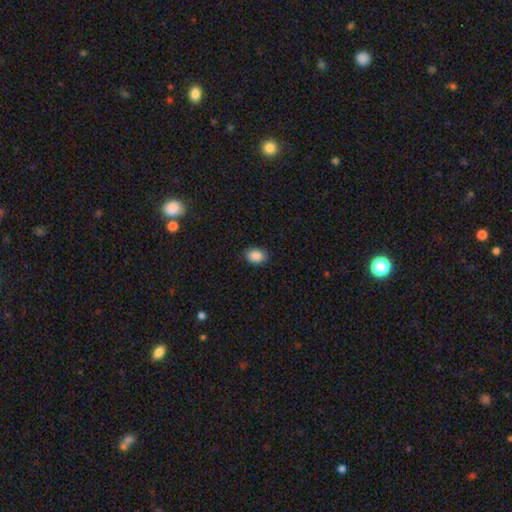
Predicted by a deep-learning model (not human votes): This is clearly a smooth galaxy (88%). How rounded: likely in between (74%). Merging: clearly none (89%).